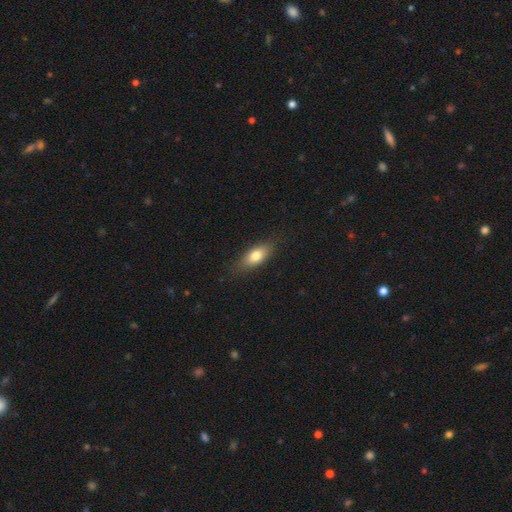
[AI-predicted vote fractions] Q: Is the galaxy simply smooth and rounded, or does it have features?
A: smooth — 75%.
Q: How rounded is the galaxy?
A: in between — 77%.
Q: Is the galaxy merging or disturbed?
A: none — 82%.